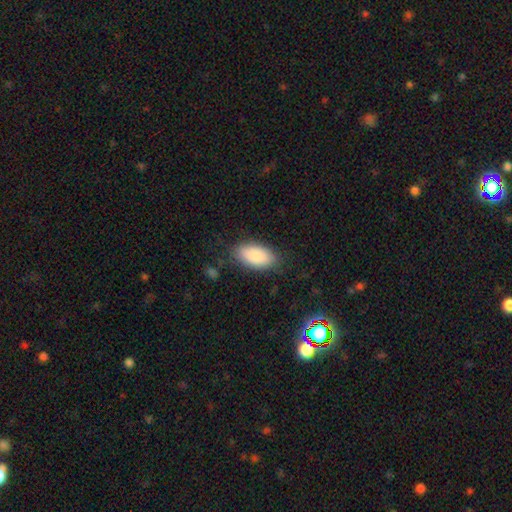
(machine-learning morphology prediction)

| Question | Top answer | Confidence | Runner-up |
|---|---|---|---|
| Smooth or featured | smooth | 87% | featured or disk (7%) |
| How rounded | in between | 93% | cigar-shaped (5%) |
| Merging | none | 79% | minor disturbance (15%) |